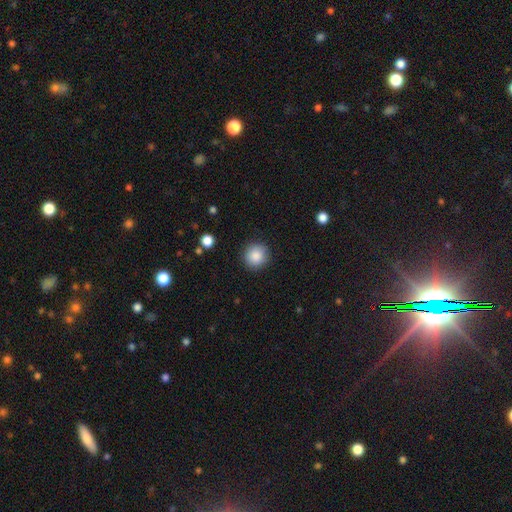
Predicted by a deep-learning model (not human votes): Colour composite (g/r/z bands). It shows a smooth galaxy with no disk features (87%) that is round (93%). Merging: none (90%).